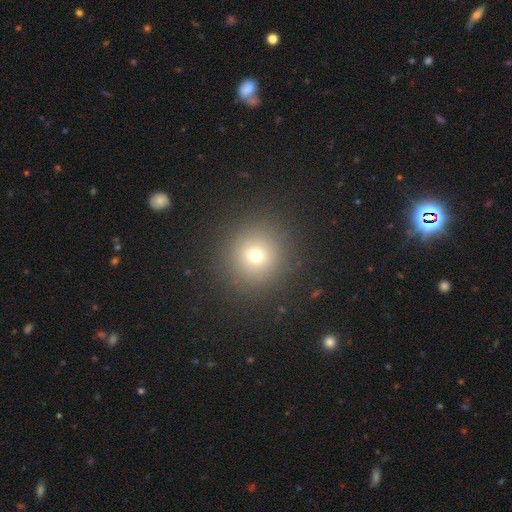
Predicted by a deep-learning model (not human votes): Smooth or featured?
  - smooth: 69% *
  - star or artifact: 20%
  - featured or disk: 11%
How rounded?
  - round: 94% *
  - in between: 5%
  - cigar-shaped: 1%
Merging?
  - none: 90% *
  - minor disturbance: 6%
  - major disturbance: 3%
  - merger: 1%